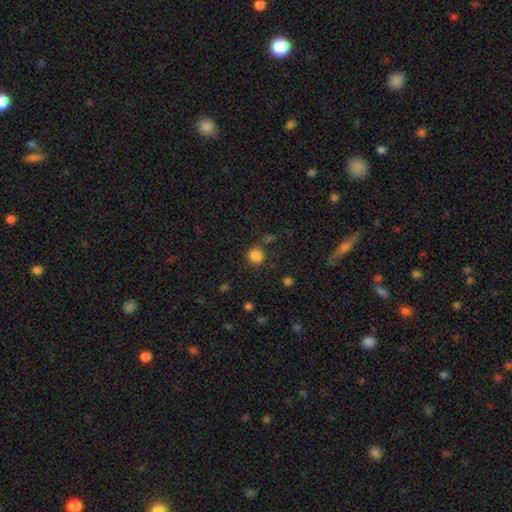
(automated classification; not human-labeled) Smooth or featured?
  - smooth: 81% *
  - star or artifact: 14%
  - featured or disk: 4%
How rounded?
  - round: 52% *
  - in between: 47%
  - cigar-shaped: 1%
Merging?
  - none: 68% *
  - minor disturbance: 17%
  - merger: 8%
  - major disturbance: 7%